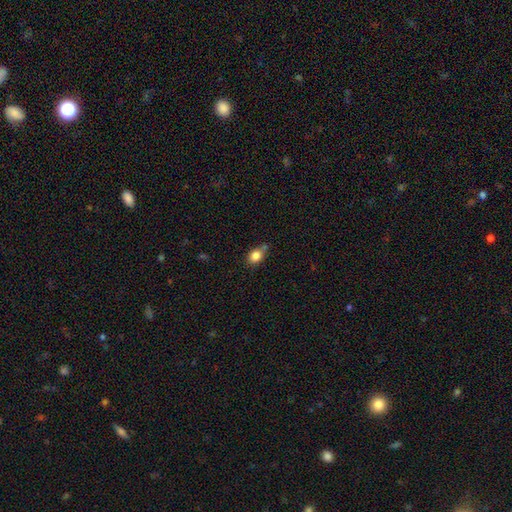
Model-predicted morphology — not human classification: Q: Smooth or featured?
A: smooth (83%); runner-up: star or artifact (10%)
Q: How rounded?
A: in between (61%); runner-up: round (37%)
Q: Merging?
A: none (62%); runner-up: minor disturbance (21%)